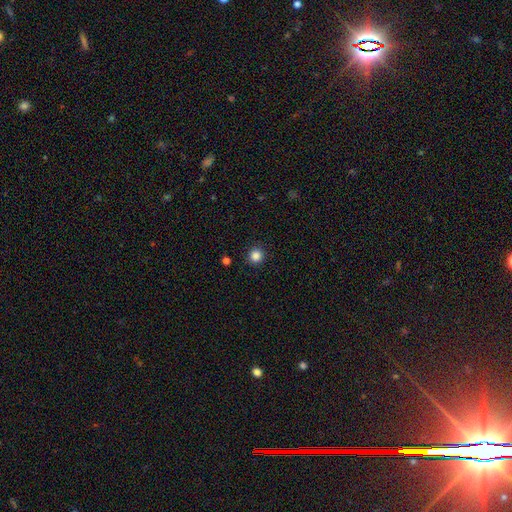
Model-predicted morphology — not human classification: smooth-or-featured: smooth: 86% | star or artifact: 11% | featured or disk: 3%
  how-rounded: round: 95% | in between: 4% | cigar-shaped: 1%
  merging: none: 92% | minor disturbance: 5% | major disturbance: 2% | merger: 1%